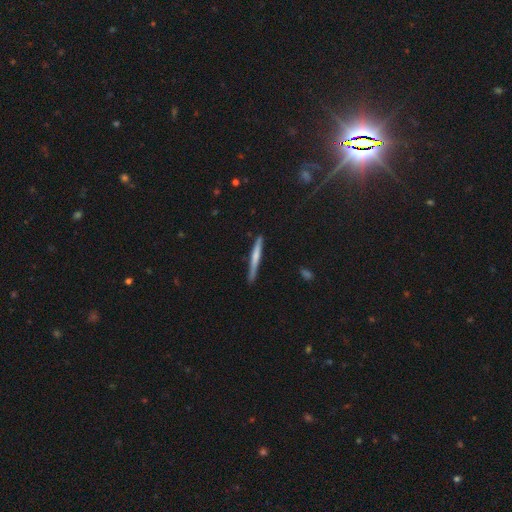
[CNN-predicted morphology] A smooth galaxy with no disk features (53%) that is cigar-shaped (96%).

Vote fractions:
- Smooth or featured? smooth: 53% / featured or disk: 41% / star or artifact: 5%
- How rounded? cigar-shaped: 96% / in between: 2% / round: 1%
- Merging? none: 83% / minor disturbance: 13% / major disturbance: 2% / merger: 2%